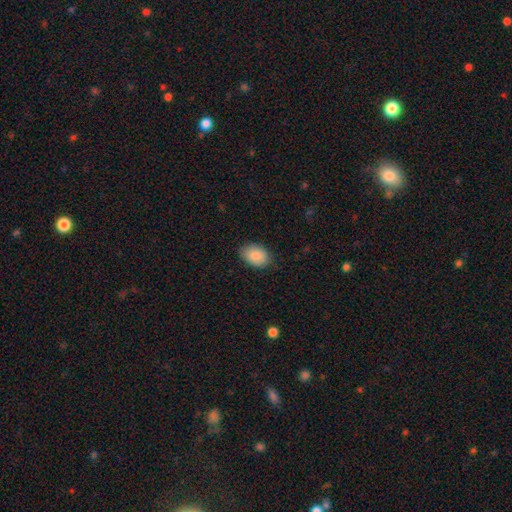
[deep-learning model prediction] smooth-or-featured: smooth: 88% | star or artifact: 7% | featured or disk: 5%
  how-rounded: in between: 82% | round: 17% | cigar-shaped: 1%
  merging: none: 83% | minor disturbance: 13% | major disturbance: 3% | merger: 1%